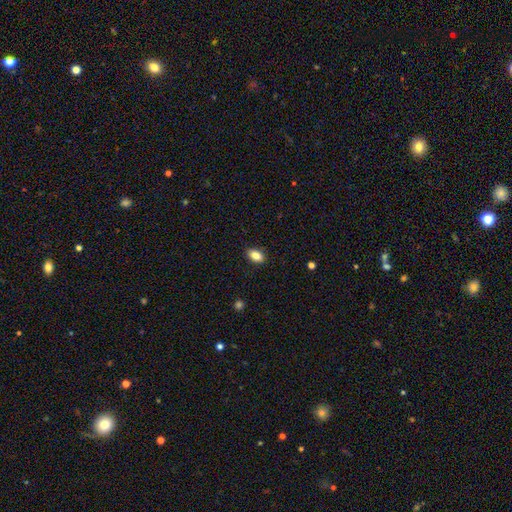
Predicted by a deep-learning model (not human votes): This appears to be a smooth galaxy with no disk features (84%) that is in between round and cigar-shaped (88%). Merging: none (89%).